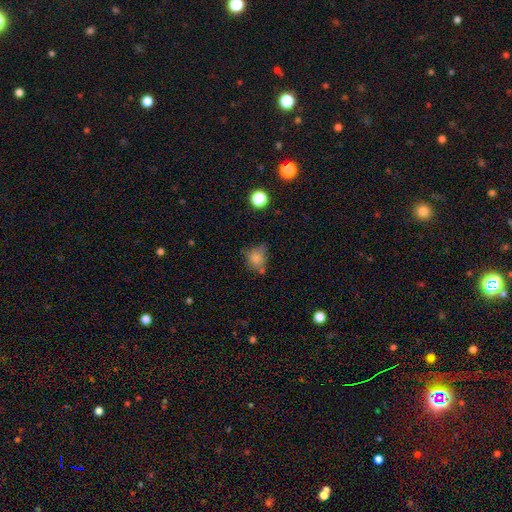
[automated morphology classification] The model was most divided on "merging": none: 57%, minor disturbance: 26%, major disturbance: 9%, merger: 7%. More confident: how rounded — round (69%); smooth or featured — smooth (69%).